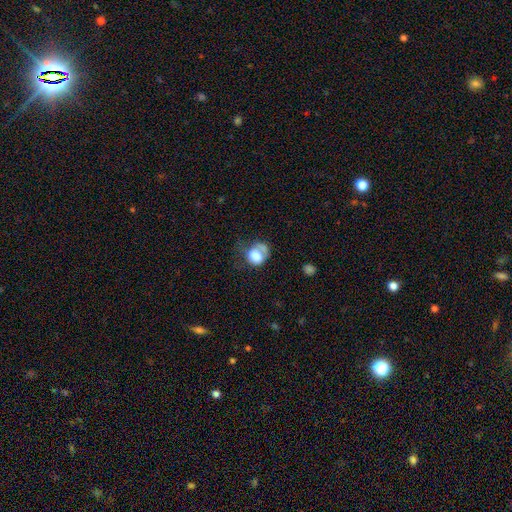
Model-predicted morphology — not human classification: Smooth or featured? Predicted: smooth (p=0.68). How rounded? Predicted: round (p=0.56). Merging? Predicted: major disturbance (p=0.36).